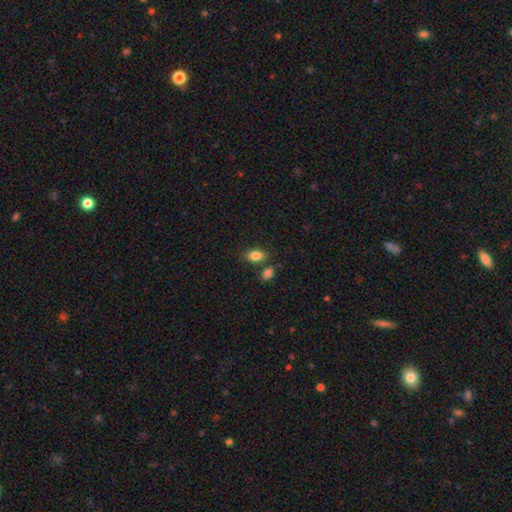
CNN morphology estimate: smooth 85%, star or artifact 8%, featured or disk 6%. Down the decision tree: how rounded — in between (87%); merging — none (70%).